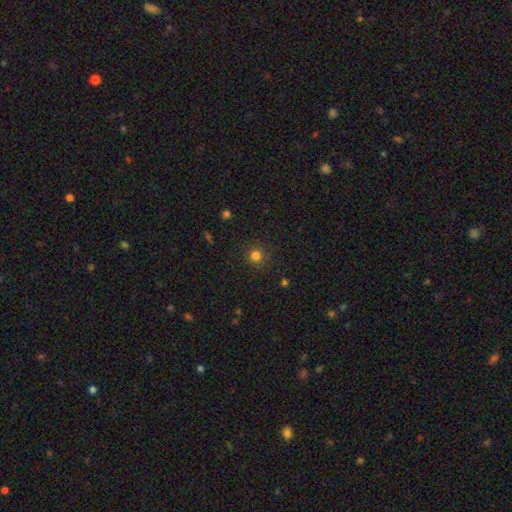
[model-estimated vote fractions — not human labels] Smooth or featured? smooth (80%)
How rounded? round (93%)
Merging? none (89%)